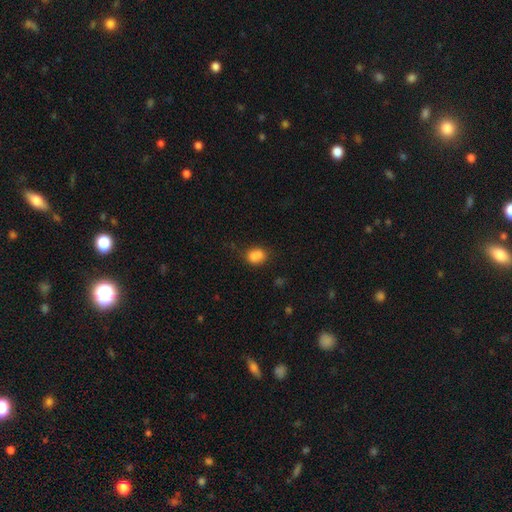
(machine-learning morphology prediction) A smooth galaxy with no disk features (77%) that is round (59%).

Vote fractions:
- Smooth or featured? smooth: 77% / featured or disk: 12% / star or artifact: 11%
- How rounded? round: 59% / in between: 40% / cigar-shaped: 1%
- Merging? merger: 41% / none: 39% / minor disturbance: 14% / major disturbance: 5%